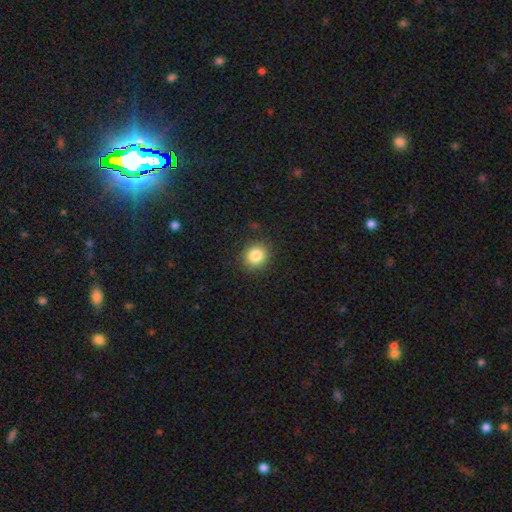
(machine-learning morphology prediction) A smooth galaxy with no disk features (84%) that is round (86%). Merging: none (90%).